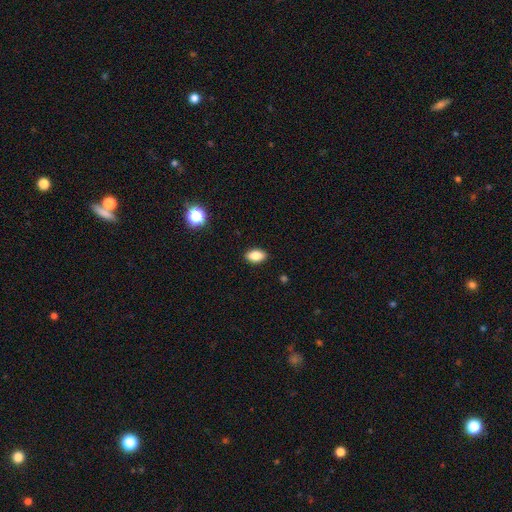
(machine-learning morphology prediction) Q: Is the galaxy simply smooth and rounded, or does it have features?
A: smooth — 85%.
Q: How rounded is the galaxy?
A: in between — 90%.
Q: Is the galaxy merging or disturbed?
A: none — 89%.